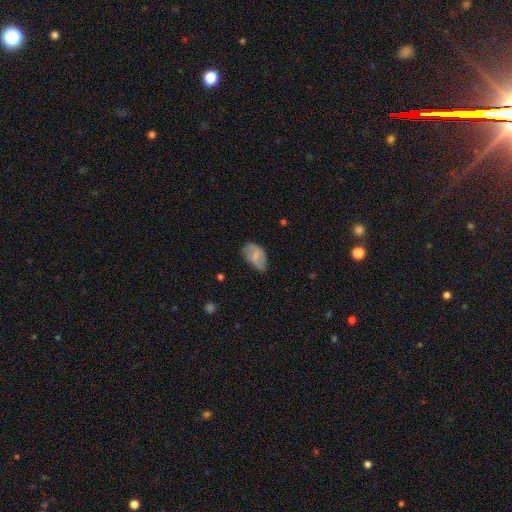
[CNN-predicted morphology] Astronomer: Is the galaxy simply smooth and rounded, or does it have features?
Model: smooth — 54% (runner-up: featured or disk, 38%).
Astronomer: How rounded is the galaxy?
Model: in between — 90%.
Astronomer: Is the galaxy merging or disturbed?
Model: none — 51% (runner-up: minor disturbance, 34%).